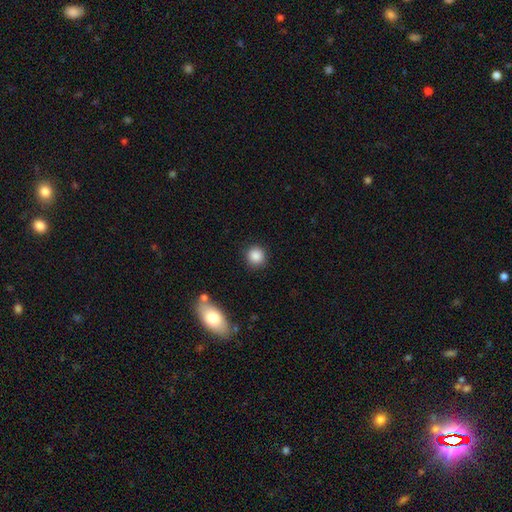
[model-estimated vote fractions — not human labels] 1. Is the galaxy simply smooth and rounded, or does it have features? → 86% smooth, 10% star or artifact, 4% featured or disk.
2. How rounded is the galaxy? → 91% round, 8% in between, 1% cigar-shaped.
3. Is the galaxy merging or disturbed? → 88% none, 8% minor disturbance, 2% major disturbance, 2% merger.